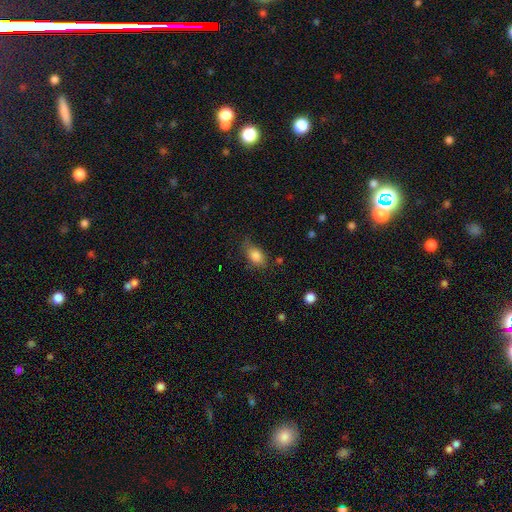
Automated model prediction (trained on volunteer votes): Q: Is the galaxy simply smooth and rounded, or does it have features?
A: smooth — 83%.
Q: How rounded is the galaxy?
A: in between — 85%.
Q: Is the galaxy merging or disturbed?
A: none — 66%.